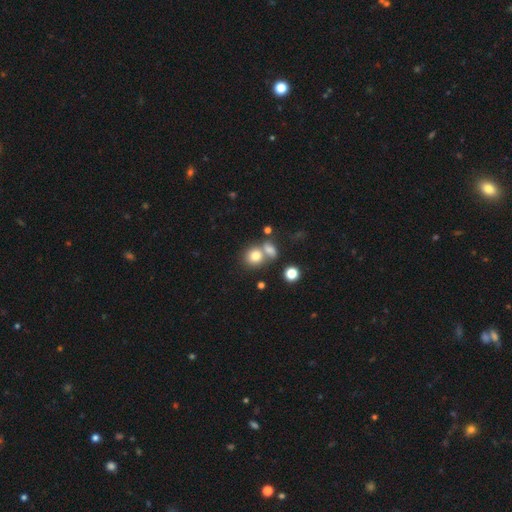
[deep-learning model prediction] Morphology: type=smooth (79%); roundness=round (76%); merging=none (47%).